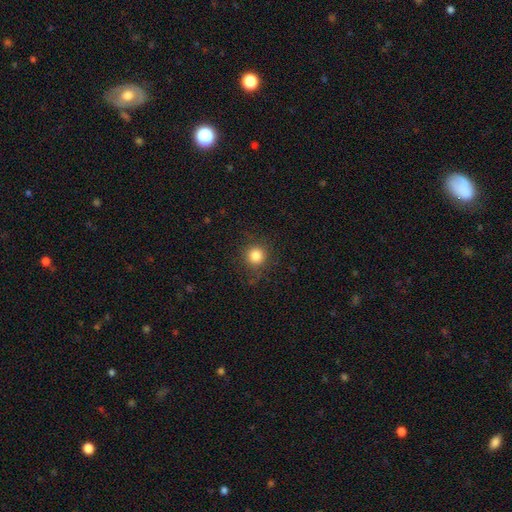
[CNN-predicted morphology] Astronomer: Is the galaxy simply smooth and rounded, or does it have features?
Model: smooth — 83%.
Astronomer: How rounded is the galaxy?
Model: round — 94%.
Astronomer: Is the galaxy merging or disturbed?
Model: none — 86%.